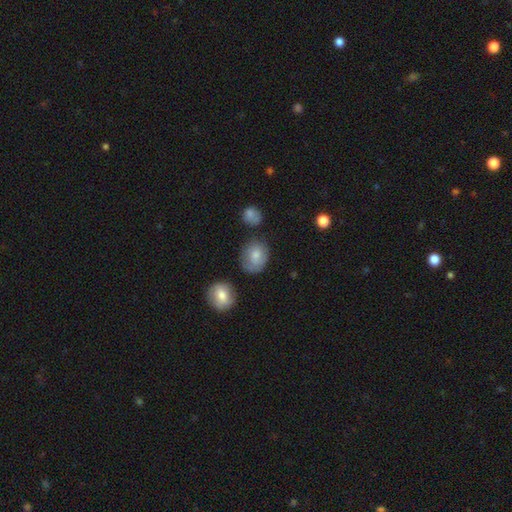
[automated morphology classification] Smooth or featured? smooth (74%)
How rounded? round (60%)
Merging? none (61%)